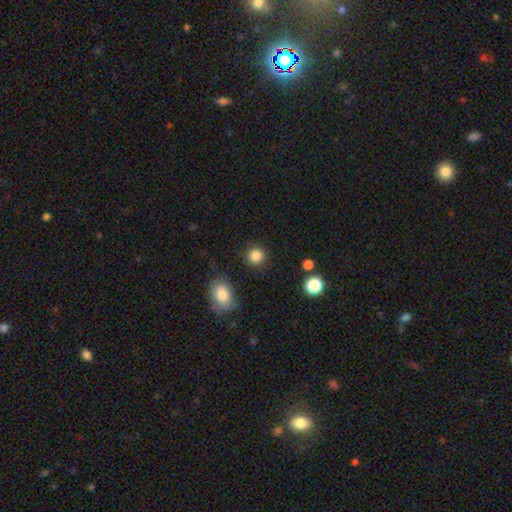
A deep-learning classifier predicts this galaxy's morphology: This is clearly a smooth galaxy (85%). How rounded: clearly round (91%). Merging: clearly none (88%).